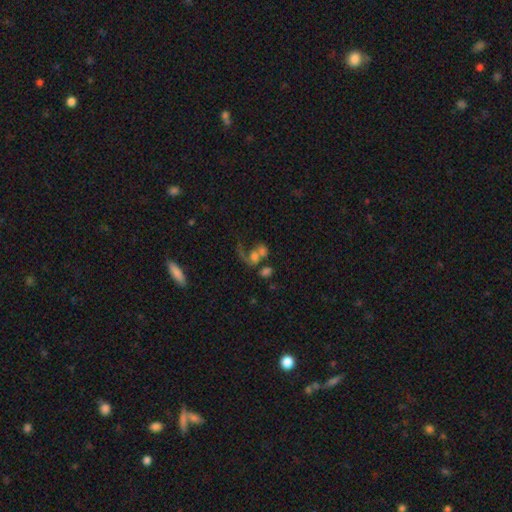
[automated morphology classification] This appears to be a smooth galaxy with no disk features (45%). Merging: merger (56%).